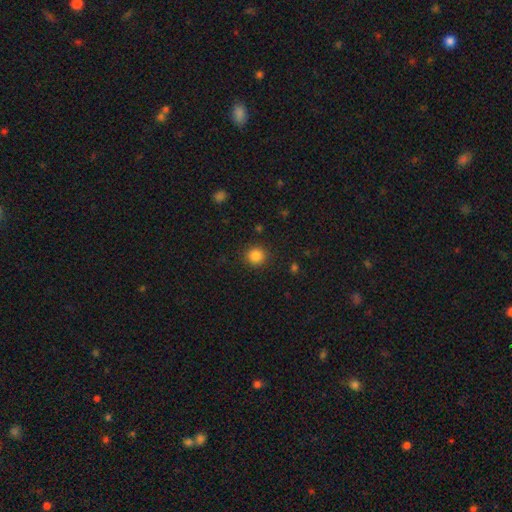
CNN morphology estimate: Smooth or featured?
  - smooth: 86% *
  - star or artifact: 11%
  - featured or disk: 4%
How rounded?
  - round: 90% *
  - in between: 9%
  - cigar-shaped: 1%
Merging?
  - none: 90% *
  - minor disturbance: 7%
  - major disturbance: 3%
  - merger: 1%